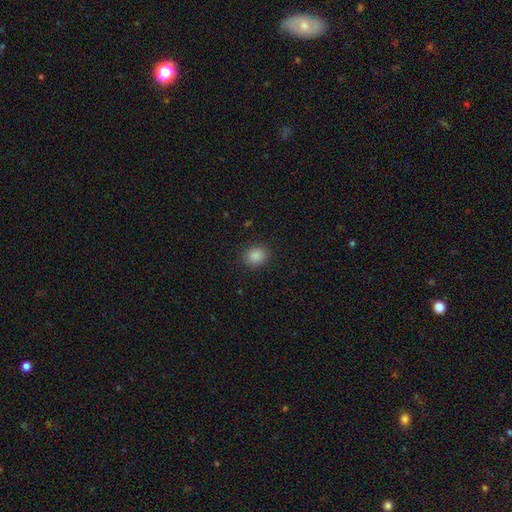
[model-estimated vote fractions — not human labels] Morphology: type=smooth (87%); roundness=round (55%); merging=none (88%).